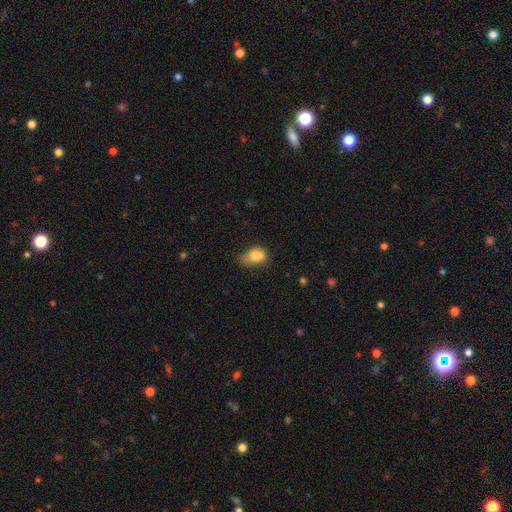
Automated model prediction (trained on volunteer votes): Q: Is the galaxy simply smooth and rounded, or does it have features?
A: smooth — 83%.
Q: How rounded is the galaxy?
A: in between — 81%.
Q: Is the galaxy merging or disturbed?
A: minor disturbance — 41%.